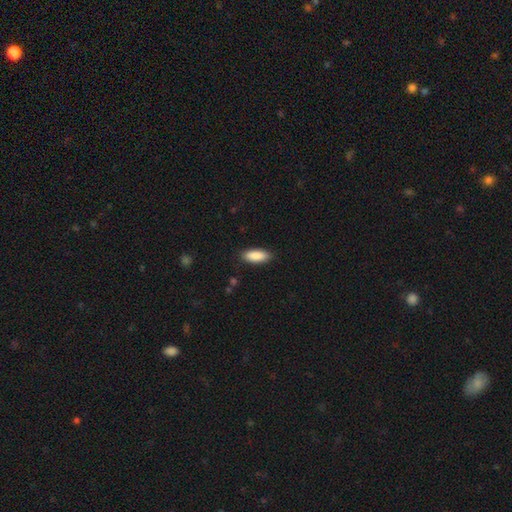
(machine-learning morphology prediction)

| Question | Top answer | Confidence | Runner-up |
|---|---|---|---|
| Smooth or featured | smooth | 90% | star or artifact (6%) |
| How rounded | in between | 80% | cigar-shaped (18%) |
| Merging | none | 87% | minor disturbance (10%) |